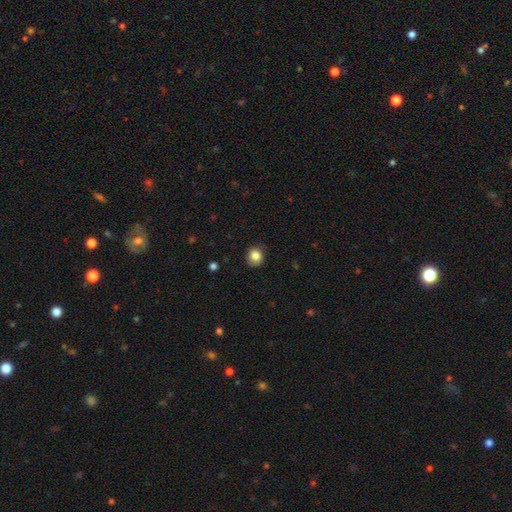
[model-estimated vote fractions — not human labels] A smooth galaxy with no disk features (84%) that is round (83%).

Vote fractions:
- Smooth or featured? smooth: 84% / star or artifact: 10% / featured or disk: 7%
- How rounded? round: 83% / in between: 16% / cigar-shaped: 1%
- Merging? none: 82% / minor disturbance: 14% / major disturbance: 3% / merger: 1%